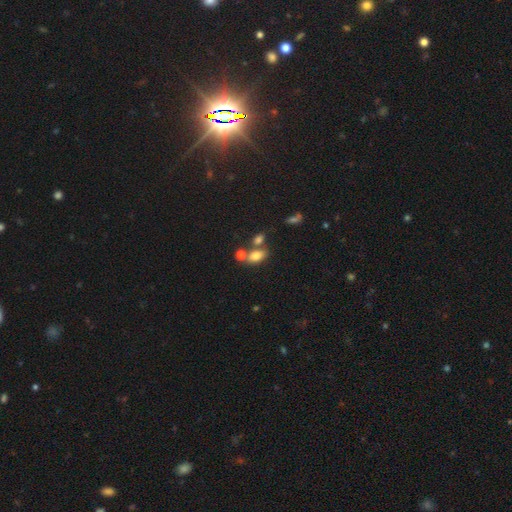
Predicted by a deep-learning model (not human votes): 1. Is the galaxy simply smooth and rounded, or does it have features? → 77% smooth, 12% featured or disk, 11% star or artifact.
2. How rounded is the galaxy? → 83% in between, 14% round, 3% cigar-shaped.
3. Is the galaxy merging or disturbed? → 50% none, 32% merger, 13% minor disturbance, 5% major disturbance.